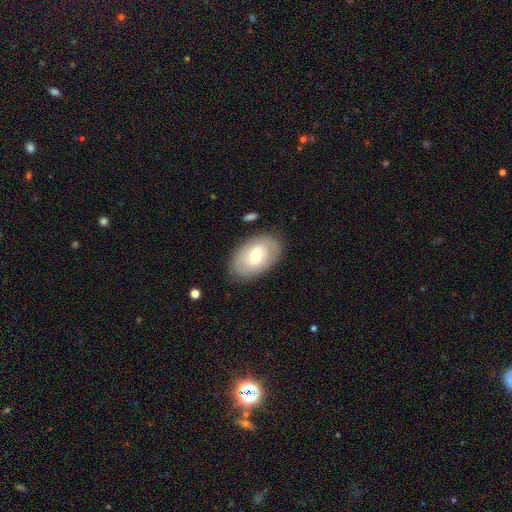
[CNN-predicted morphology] type=featured or disk (48%); merging=none (83%).